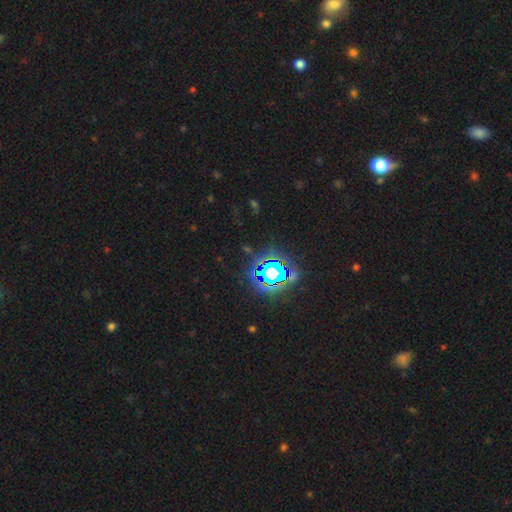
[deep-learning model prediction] This appears to be a star or artifact, not a galaxy (81%).